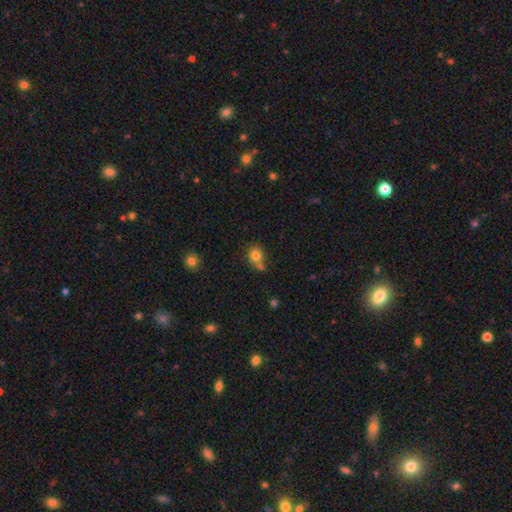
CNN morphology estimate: This is likely a smooth galaxy (79%). How rounded: likely round (68%). Merging: marginally none (45%).